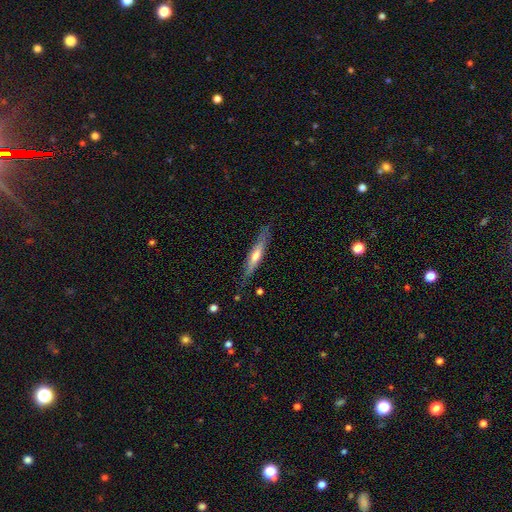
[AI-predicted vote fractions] smooth_or_featured: featured or disk (p=0.52) [alt: smooth p=0.42]
disk_edge_on: yes (p=0.88) [alt: no p=0.12]
merging: none (p=0.80) [alt: minor disturbance p=0.15]